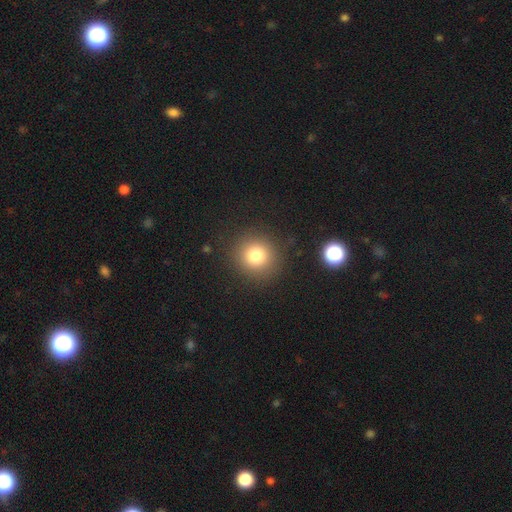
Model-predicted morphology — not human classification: Smooth or featured?
  - smooth: 80% *
  - star or artifact: 13%
  - featured or disk: 8%
How rounded?
  - round: 92% *
  - in between: 7%
  - cigar-shaped: 1%
Merging?
  - none: 88% *
  - minor disturbance: 7%
  - major disturbance: 3%
  - merger: 2%